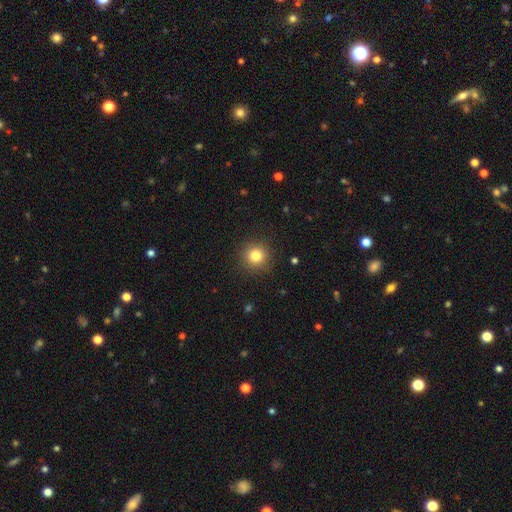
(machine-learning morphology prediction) Smooth or featured: smooth — 81% (star or artifact — 12%)
How rounded: round — 94% (in between — 5%)
Merging: none — 90% (minor disturbance — 6%)